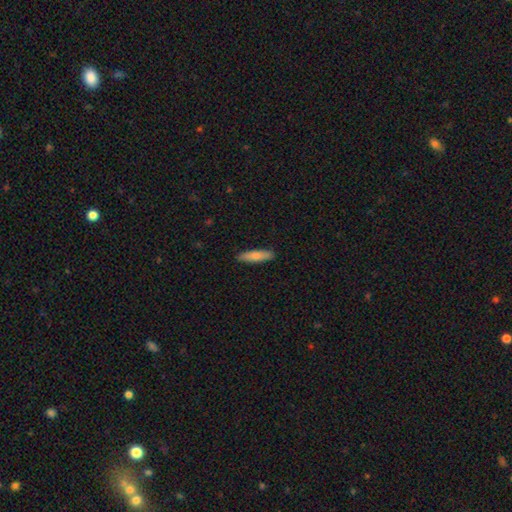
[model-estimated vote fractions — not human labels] Smooth or featured?
  - smooth: 78% *
  - featured or disk: 17%
  - star or artifact: 6%
How rounded?
  - cigar-shaped: 78% *
  - in between: 20%
  - round: 2%
Merging?
  - none: 90% *
  - minor disturbance: 7%
  - major disturbance: 2%
  - merger: 1%